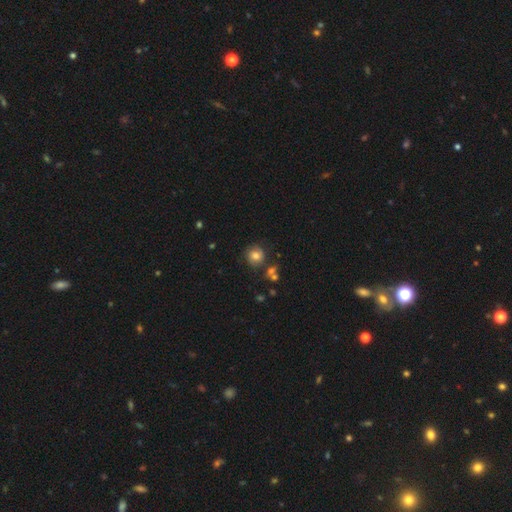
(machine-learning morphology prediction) smooth 71%, featured or disk 18%, star or artifact 11%. Down the decision tree: how rounded — round (86%); merging — none (74%).